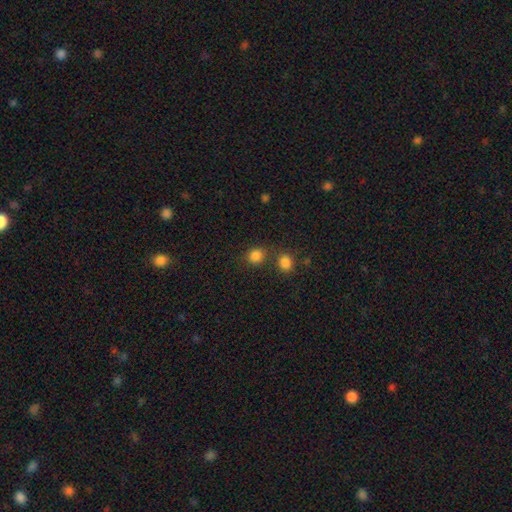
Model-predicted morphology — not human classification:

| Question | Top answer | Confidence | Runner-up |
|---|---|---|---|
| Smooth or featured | smooth | 83% | star or artifact (13%) |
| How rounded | round | 78% | in between (21%) |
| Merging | none | 69% | merger (17%) |